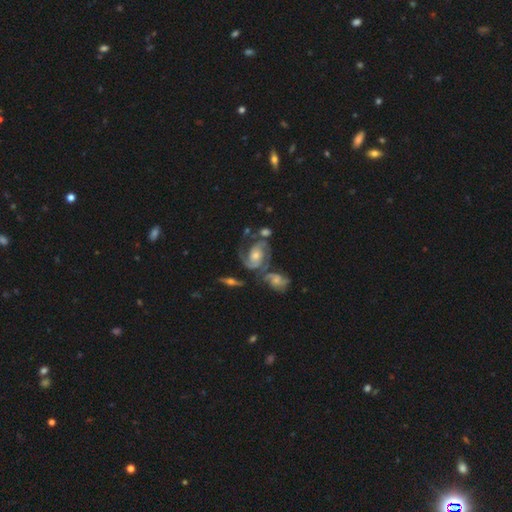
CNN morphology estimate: Overall: featured or disk (89%). Edge-on disk: no (97%). Bar: no (62%; weak 29%). Spiral arms: yes (98%). Spiral arm count: 2 (71%). Spiral winding: tight (49%; medium 42%). Bulge size: moderate (56%; small 35%). Merging: none (46%; merger 25%).